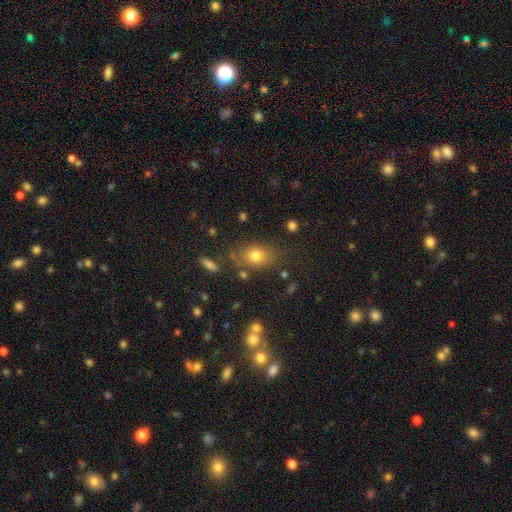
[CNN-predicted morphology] smooth_or_featured: smooth (p=0.73) [alt: star or artifact p=0.15]
how_rounded: in between (p=0.66) [alt: round p=0.32]
merging: none (p=0.74) [alt: minor disturbance p=0.15]